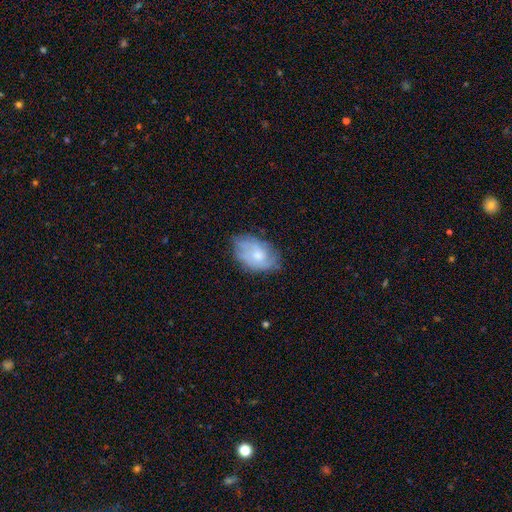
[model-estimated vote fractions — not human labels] Morphology: type=smooth (47%); merging=none (64%).